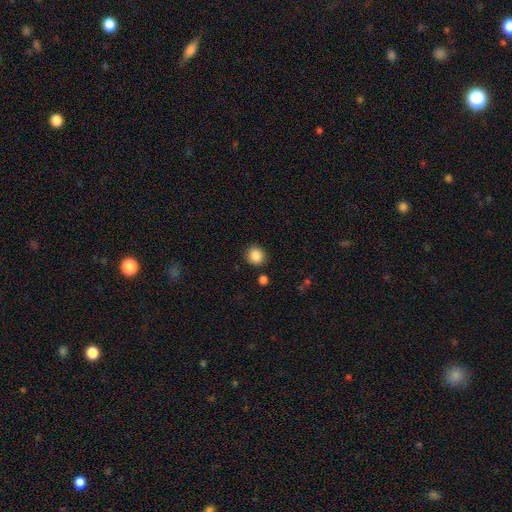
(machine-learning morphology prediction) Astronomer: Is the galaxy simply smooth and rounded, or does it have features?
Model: smooth — 87%.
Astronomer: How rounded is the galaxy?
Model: round — 87%.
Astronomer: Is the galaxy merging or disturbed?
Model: none — 86%.